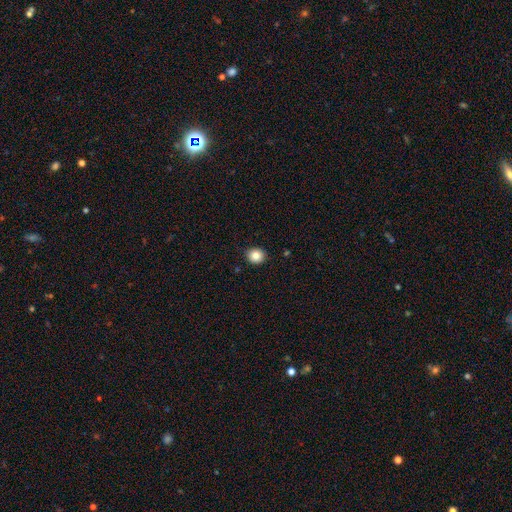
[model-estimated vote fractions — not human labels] smooth-or-featured: smooth: 85% | star or artifact: 10% | featured or disk: 5%
  how-rounded: round: 80% | in between: 19% | cigar-shaped: 1%
  merging: none: 90% | minor disturbance: 7% | major disturbance: 2% | merger: 1%